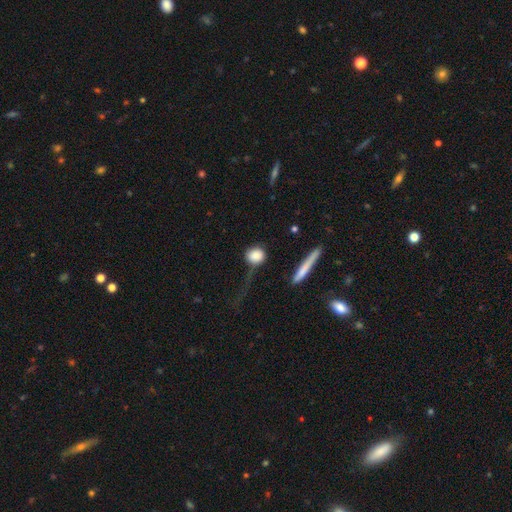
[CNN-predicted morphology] This is clearly a smooth galaxy (83%). How rounded: likely round (75%). Merging: possibly none (49%).